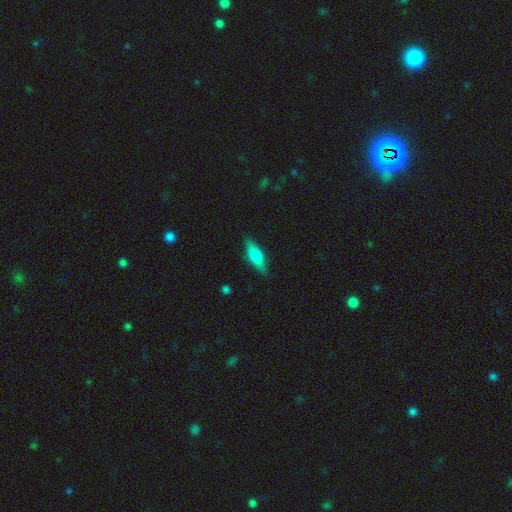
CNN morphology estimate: type=smooth (64%); roundness=cigar-shaped (49%); merging=none (83%).